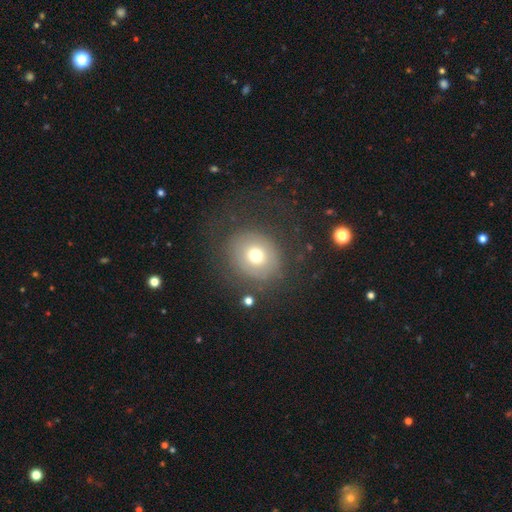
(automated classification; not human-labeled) Smooth or featured? Predicted: smooth (p=0.63). How rounded? Predicted: round (p=0.78). Merging? Predicted: none (p=0.71).